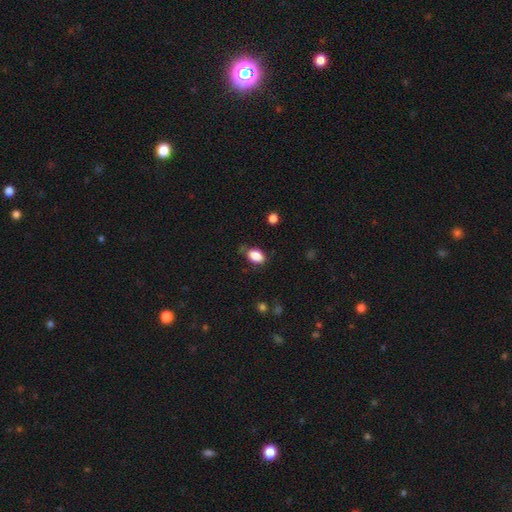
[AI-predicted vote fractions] A smooth galaxy with no disk features (87%) that is in between round and cigar-shaped (86%). Merging: none (71%).